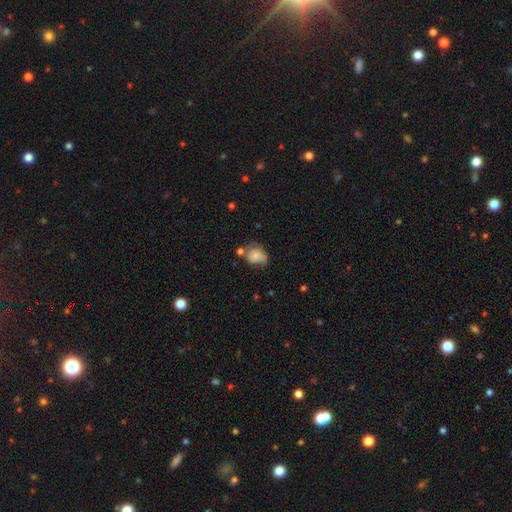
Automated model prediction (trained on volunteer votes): Q: Smooth or featured?
A: smooth (71%); runner-up: featured or disk (20%)
Q: How rounded?
A: round (67%); runner-up: in between (32%)
Q: Merging?
A: none (51%); runner-up: minor disturbance (29%)